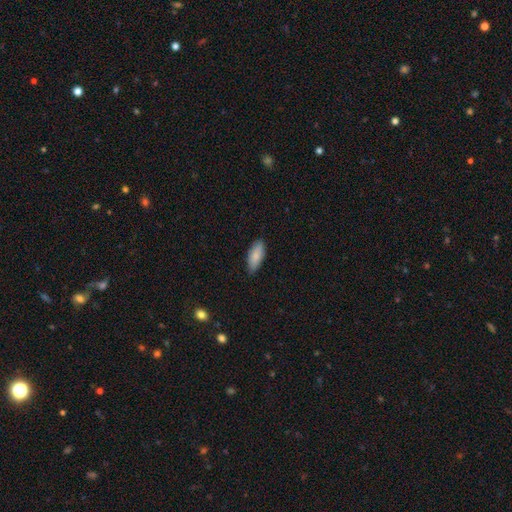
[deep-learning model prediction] The model was most divided on "how rounded": in between: 80%, cigar-shaped: 19%, round: 2%. More confident: smooth or featured — smooth (86%); merging — none (85%).